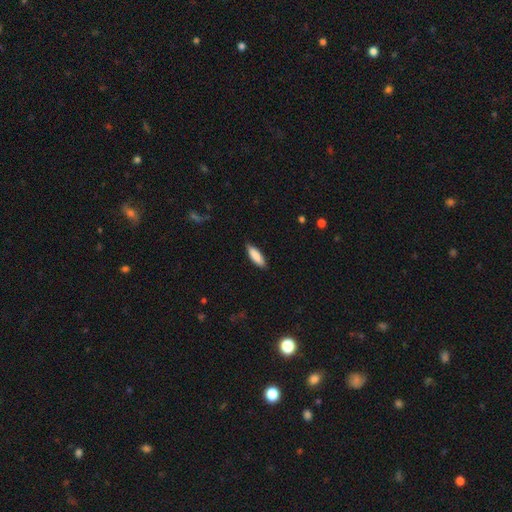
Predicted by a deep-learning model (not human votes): smooth 87%, featured or disk 7%, star or artifact 5%. Down the decision tree: how rounded — in between (55%); merging — none (85%).